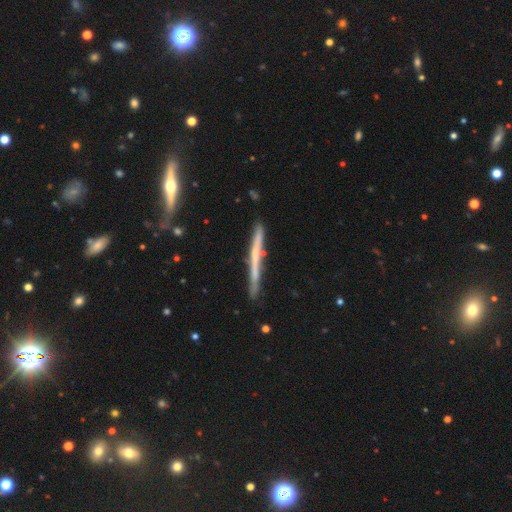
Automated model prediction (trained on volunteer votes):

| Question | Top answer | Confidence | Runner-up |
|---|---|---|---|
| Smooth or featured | featured or disk | 61% | smooth (34%) |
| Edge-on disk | yes | 95% | no (5%) |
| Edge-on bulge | none | 75% | rounded (18%) |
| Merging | none | 80% | minor disturbance (15%) |